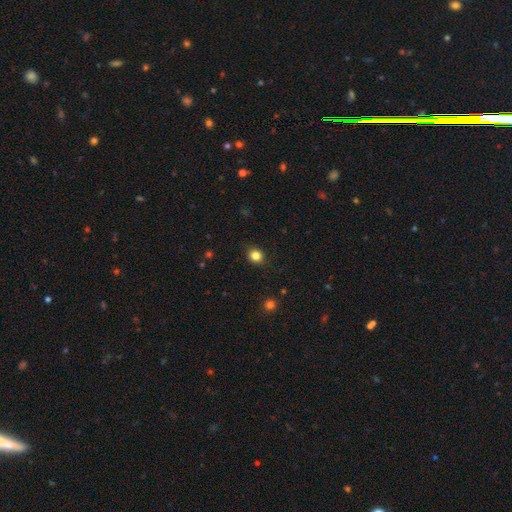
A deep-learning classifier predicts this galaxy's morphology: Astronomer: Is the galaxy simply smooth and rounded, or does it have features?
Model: smooth — 83%.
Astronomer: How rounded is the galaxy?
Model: round — 77%.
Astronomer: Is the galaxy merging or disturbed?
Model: none — 87%.